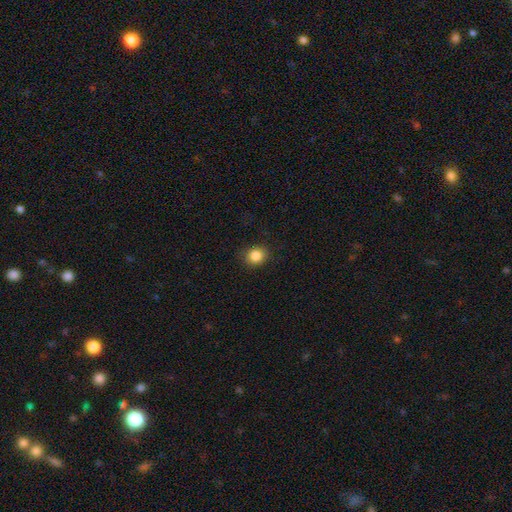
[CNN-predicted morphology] smooth_or_featured: smooth (p=0.85) [alt: star or artifact p=0.10]
how_rounded: round (p=0.74) [alt: in between p=0.25]
merging: none (p=0.87) [alt: minor disturbance p=0.09]